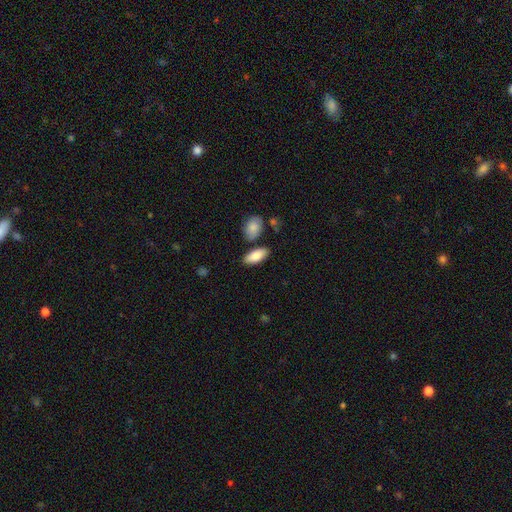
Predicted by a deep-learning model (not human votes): A smooth galaxy with no disk features (86%) that is in between round and cigar-shaped (87%). Merging: none (78%).